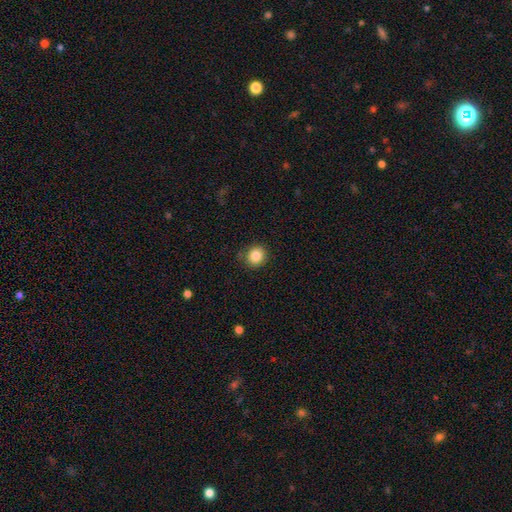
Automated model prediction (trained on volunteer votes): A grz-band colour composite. It shows a smooth galaxy with no disk features (85%) that is round (86%). Merging: none (85%).